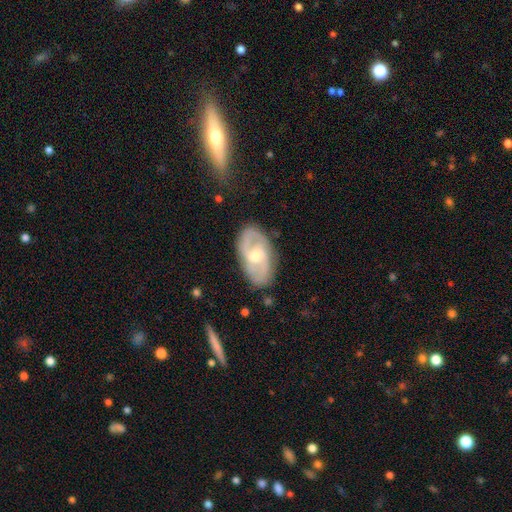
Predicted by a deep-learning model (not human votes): A featured or disk galaxy (79%) with a weak bar (48%), 2 (74%) medium (47%) spiral arms (89%) and a moderate central bulge (63%). Merging: none (79%).